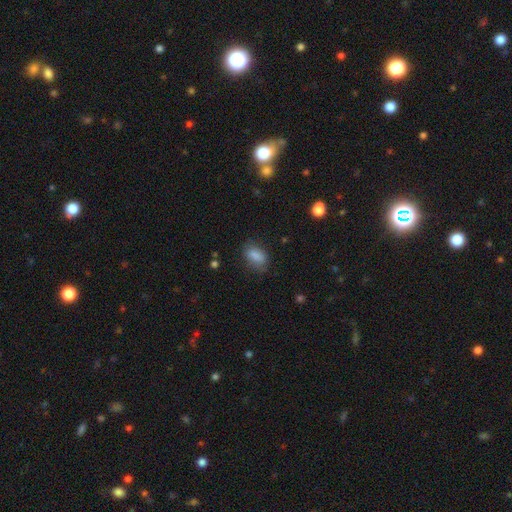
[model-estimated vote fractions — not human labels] This is clearly a smooth galaxy (85%). How rounded: clearly in between (87%). Merging: likely none (74%).